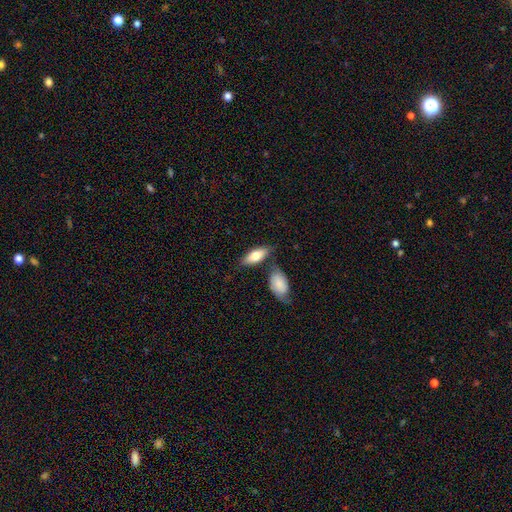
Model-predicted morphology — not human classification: type=smooth (74%); roundness=in between (82%); merging=none (63%).